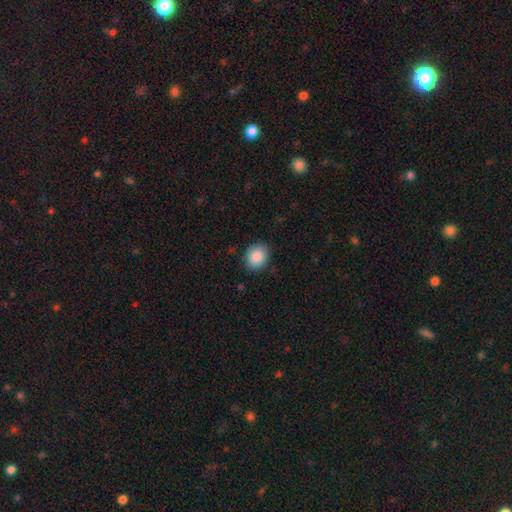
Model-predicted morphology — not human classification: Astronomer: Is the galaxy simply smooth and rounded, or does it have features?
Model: smooth — 88%.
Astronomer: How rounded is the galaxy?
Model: round — 52% (runner-up: in between, 47%).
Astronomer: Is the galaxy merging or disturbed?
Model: none — 86%.